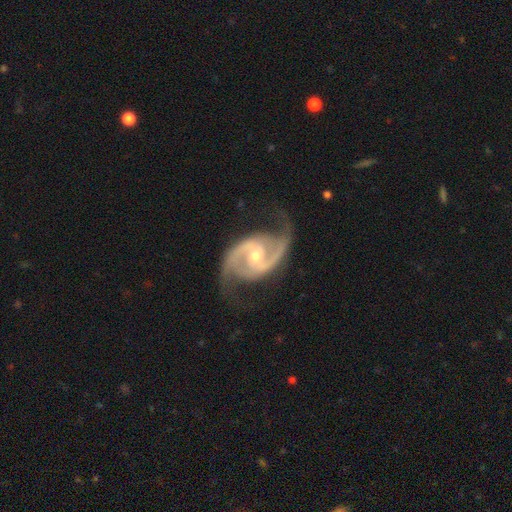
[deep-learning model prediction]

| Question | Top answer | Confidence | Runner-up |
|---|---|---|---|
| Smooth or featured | featured or disk | 94% | star or artifact (4%) |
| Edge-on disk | no | 98% | yes (2%) |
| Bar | weak | 45% | no (36%) |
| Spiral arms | yes | 98% | no (2%) |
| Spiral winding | medium | 58% | loose (23%) |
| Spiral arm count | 2 | 93% | 3 (2%) |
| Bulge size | moderate | 57% | small (39%) |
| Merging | none | 74% | minor disturbance (17%) |